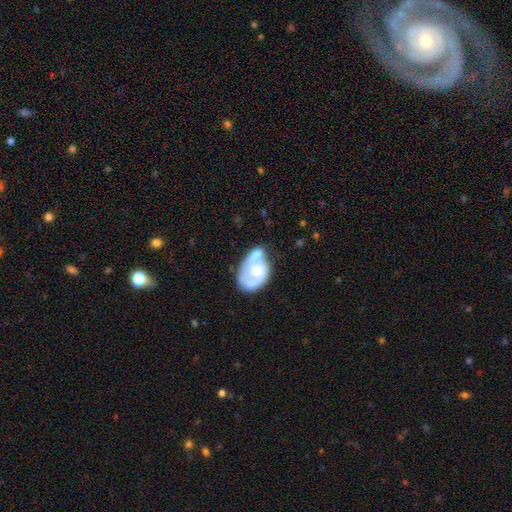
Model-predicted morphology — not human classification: The model was most divided on "merging": none: 32%, merger: 28%, minor disturbance: 23%, major disturbance: 17%. More confident: edge-on disk — no (97%); bar — no (76%); smooth or featured — featured or disk (61%); spiral arms — yes (60%); bulge size — moderate (55%).